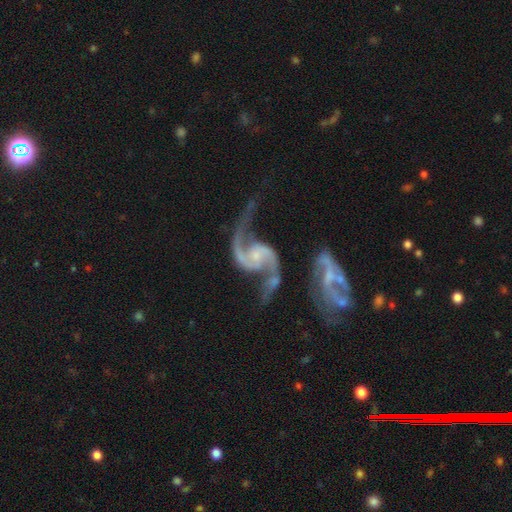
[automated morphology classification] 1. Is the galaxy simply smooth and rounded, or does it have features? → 93% featured or disk, 4% star or artifact, 3% smooth.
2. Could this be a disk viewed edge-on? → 98% no, 2% yes.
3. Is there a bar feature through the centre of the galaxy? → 56% no, 34% weak, 10% strong.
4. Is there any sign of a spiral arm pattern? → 98% yes, 2% no.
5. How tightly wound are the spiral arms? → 63% loose, 31% medium, 6% tight.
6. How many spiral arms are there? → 93% 2, 2% 1, 2% can't tell, 2% 3, 1% 4, 1% more than 4.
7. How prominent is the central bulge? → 61% small, 23% moderate, 13% none, 2% large, 1% dominant.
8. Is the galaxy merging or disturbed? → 37% none, 30% merger, 16% major disturbance, 16% minor disturbance.